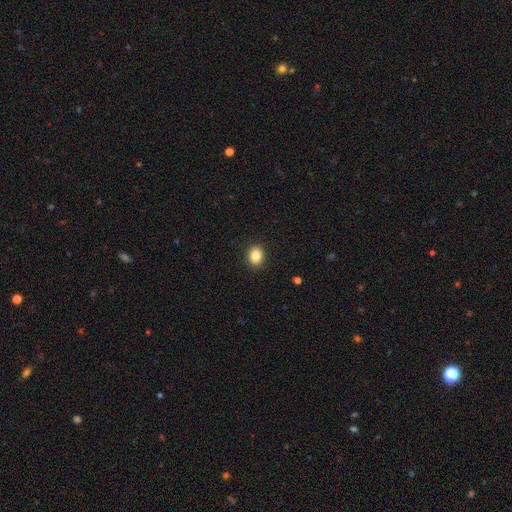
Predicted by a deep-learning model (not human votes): Smooth or featured: smooth — 84% (star or artifact — 9%)
How rounded: in between — 51% (round — 48%)
Merging: none — 91% (minor disturbance — 7%)